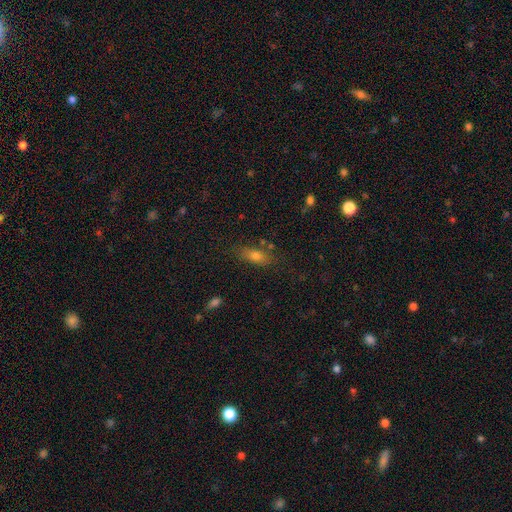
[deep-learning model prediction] smooth-or-featured: smooth: 69% | featured or disk: 19% | star or artifact: 12%
  how-rounded: in between: 68% | cigar-shaped: 26% | round: 6%
  merging: none: 76% | minor disturbance: 15% | merger: 5% | major disturbance: 4%